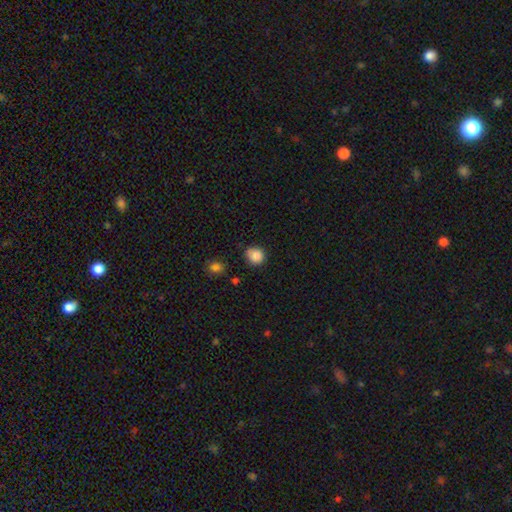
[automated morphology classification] A smooth galaxy with no disk features (87%) that is round (81%). Merging: none (74%).